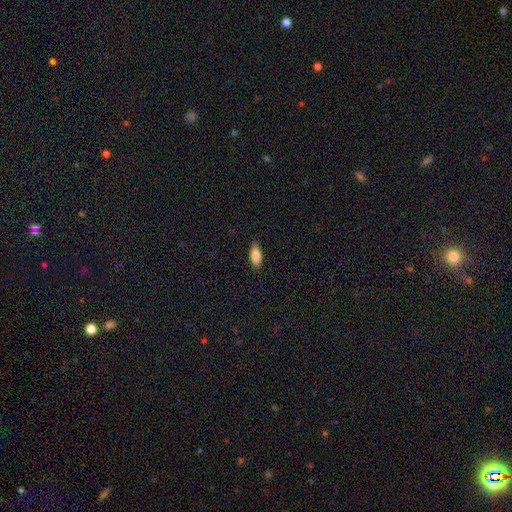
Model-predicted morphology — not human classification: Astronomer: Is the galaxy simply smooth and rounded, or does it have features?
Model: smooth — 85%.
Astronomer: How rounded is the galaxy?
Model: in between — 75%.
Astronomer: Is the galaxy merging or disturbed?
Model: none — 85%.